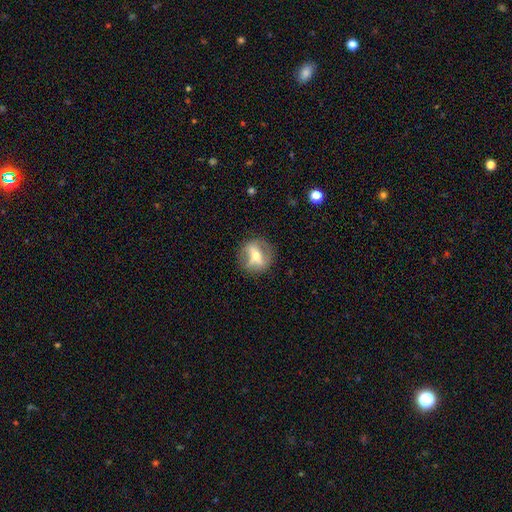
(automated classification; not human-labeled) Overall: featured or disk (66%; smooth 27%). Edge-on disk: no (77%). Bar: strong (63%). Spiral arms: no (57%; yes 43%). Bulge size: moderate (62%; small 31%). Merging: none (79%).